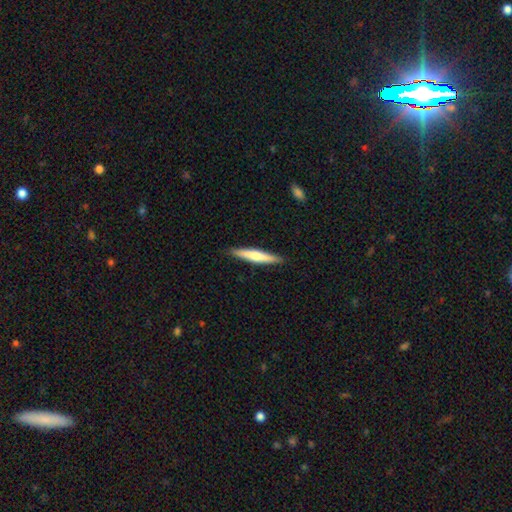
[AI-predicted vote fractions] This is possibly a smooth galaxy (58%). How rounded: clearly cigar-shaped (92%). Merging: clearly none (90%).